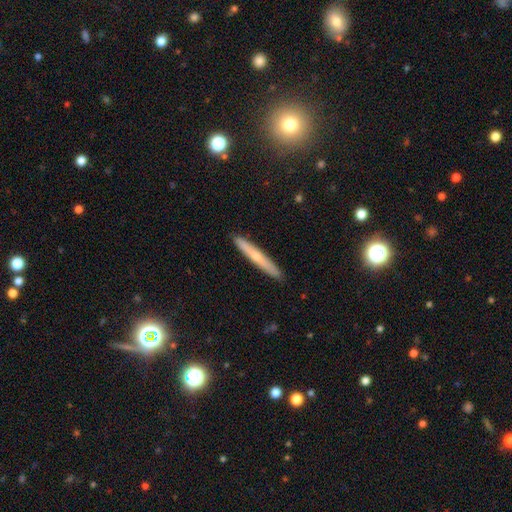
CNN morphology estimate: Overall: smooth (49%; featured or disk 45%). Merging: none (91%).